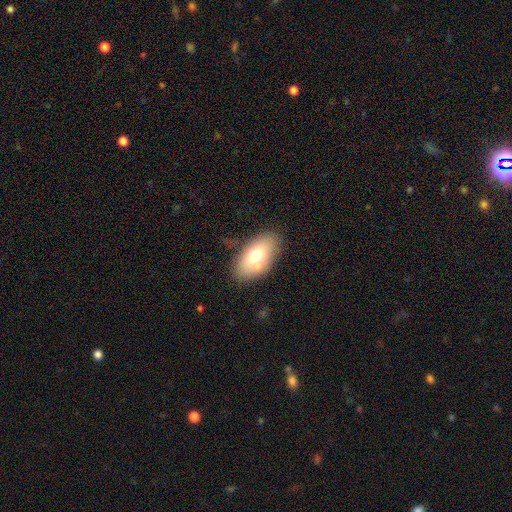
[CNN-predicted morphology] smooth-or-featured: smooth: 71% | featured or disk: 21% | star or artifact: 8%
  how-rounded: in between: 93% | round: 5% | cigar-shaped: 2%
  merging: none: 79% | minor disturbance: 15% | major disturbance: 5% | merger: 2%